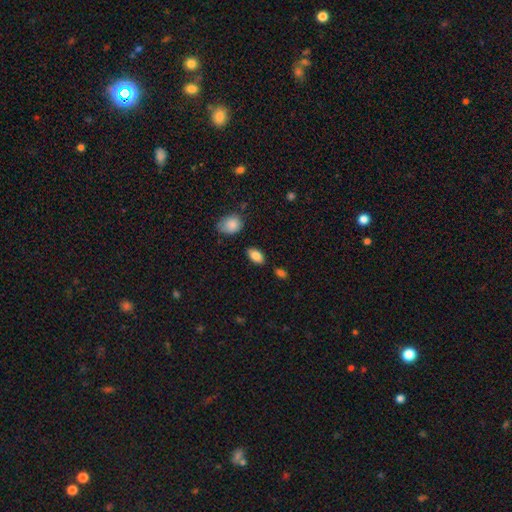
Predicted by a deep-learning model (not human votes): Smooth or featured? smooth (85%)
How rounded? in between (92%)
Merging? none (83%)